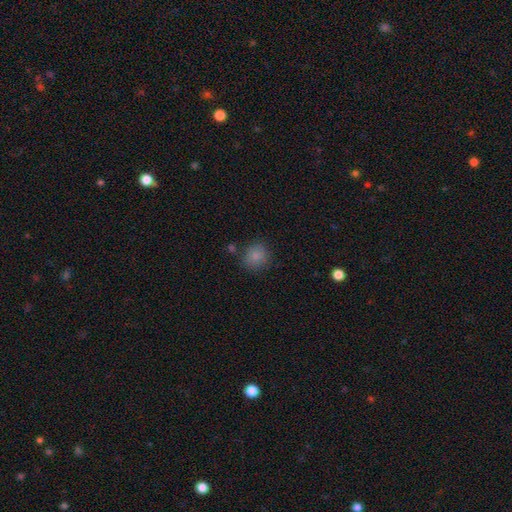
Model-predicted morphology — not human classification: Q: Smooth or featured?
A: smooth (85%); runner-up: star or artifact (10%)
Q: How rounded?
A: round (84%); runner-up: in between (15%)
Q: Merging?
A: none (77%); runner-up: minor disturbance (14%)